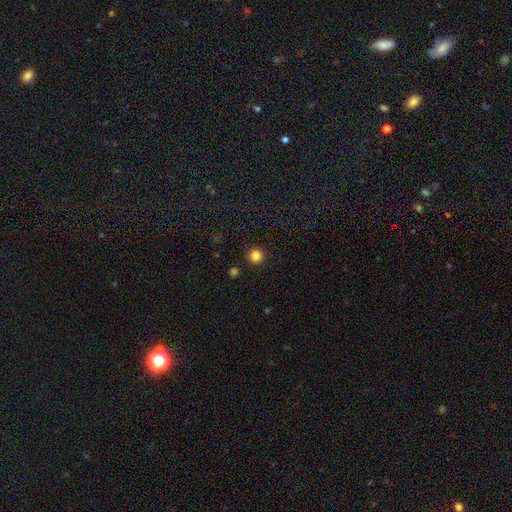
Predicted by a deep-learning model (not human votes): Smooth or featured? Predicted: smooth (p=0.84). How rounded? Predicted: round (p=0.96). Merging? Predicted: none (p=0.93).